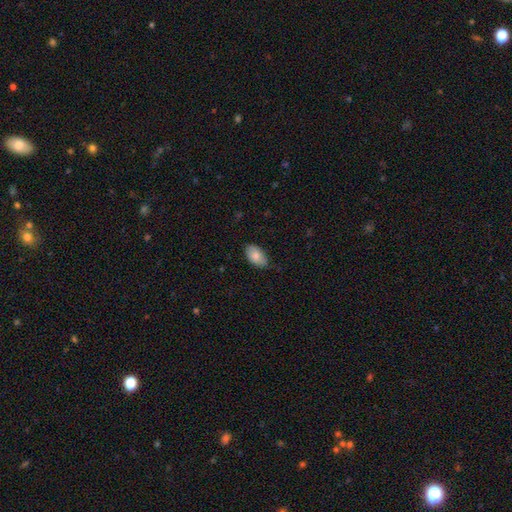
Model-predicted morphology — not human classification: This appears to be a smooth galaxy with no disk features (85%) that is in between round and cigar-shaped (94%). Merging: none (80%).